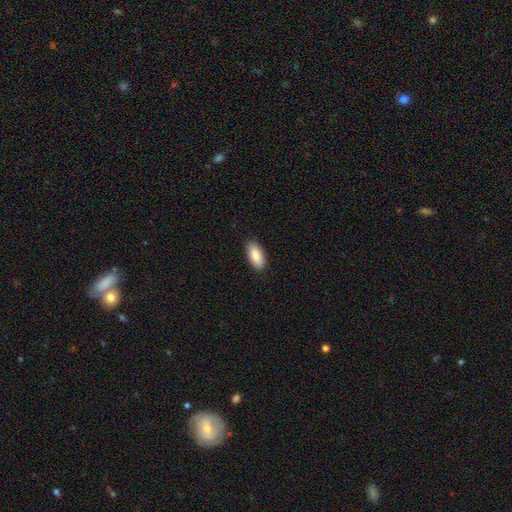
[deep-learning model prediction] smooth 89%, star or artifact 6%, featured or disk 5%. Down the decision tree: how rounded — in between (90%); merging — none (89%).